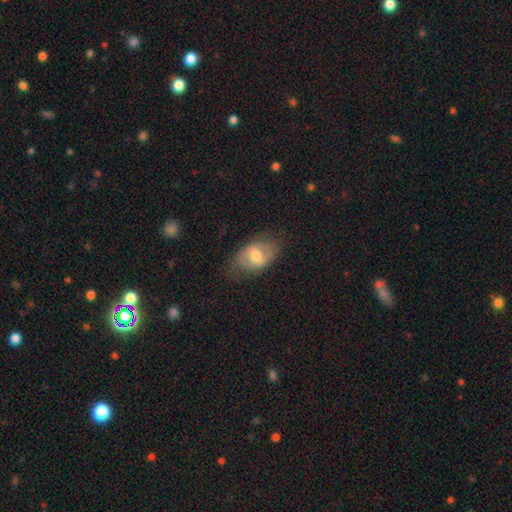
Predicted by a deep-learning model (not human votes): smooth_or_featured: smooth (p=0.49) [alt: featured or disk p=0.44]
merging: none (p=0.69) [alt: minor disturbance p=0.22]